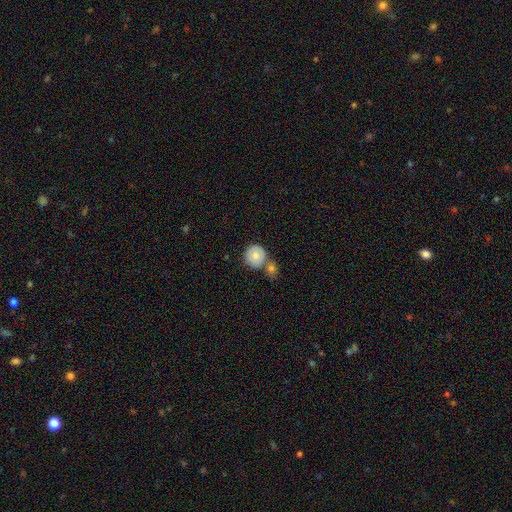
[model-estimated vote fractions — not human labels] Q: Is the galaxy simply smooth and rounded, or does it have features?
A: smooth — 77%.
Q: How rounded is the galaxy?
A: round — 91%.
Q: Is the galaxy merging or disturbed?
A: none — 56%.